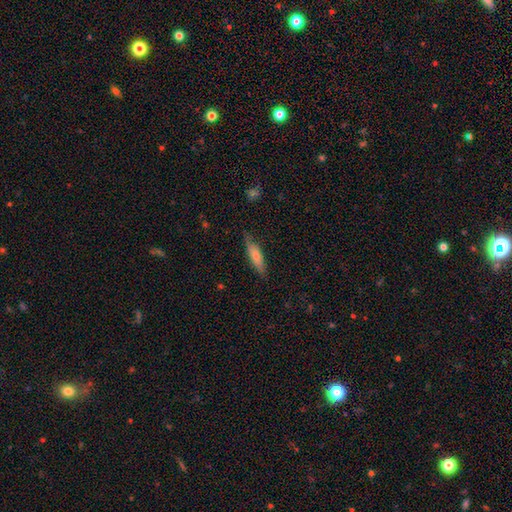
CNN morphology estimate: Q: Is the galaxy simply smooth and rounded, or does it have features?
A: smooth — 70%.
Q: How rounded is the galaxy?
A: cigar-shaped — 64%.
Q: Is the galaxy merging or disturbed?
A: none — 76%.